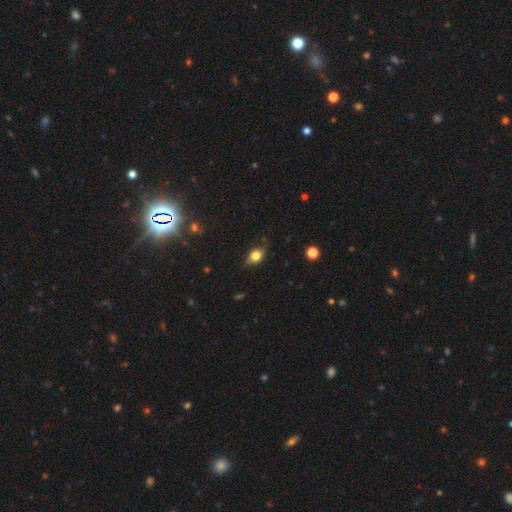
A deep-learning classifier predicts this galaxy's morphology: Smooth or featured?
  - smooth: 75% *
  - featured or disk: 15%
  - star or artifact: 10%
How rounded?
  - in between: 68% *
  - round: 29%
  - cigar-shaped: 3%
Merging?
  - none: 72% *
  - minor disturbance: 22%
  - major disturbance: 4%
  - merger: 1%